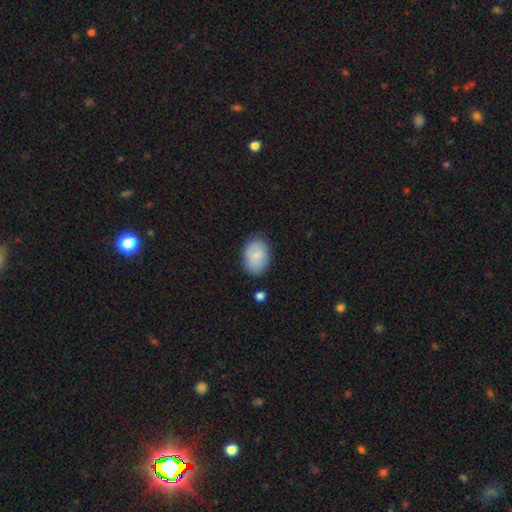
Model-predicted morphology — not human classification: Q: Smooth or featured?
A: smooth (83%); runner-up: featured or disk (11%)
Q: How rounded?
A: in between (83%); runner-up: round (16%)
Q: Merging?
A: none (79%); runner-up: minor disturbance (15%)